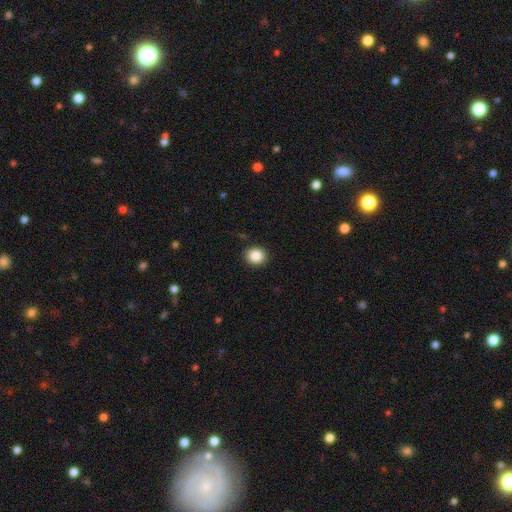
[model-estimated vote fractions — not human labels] Smooth or featured? smooth (86%)
How rounded? round (80%)
Merging? none (89%)